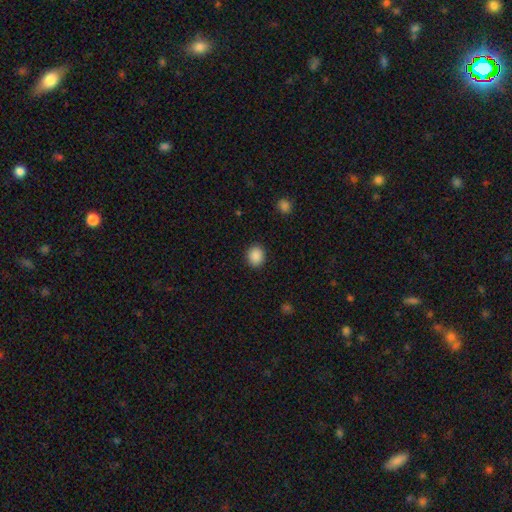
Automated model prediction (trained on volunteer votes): Smooth or featured?
  - smooth: 88% *
  - star or artifact: 9%
  - featured or disk: 3%
How rounded?
  - round: 67% *
  - in between: 32%
  - cigar-shaped: 1%
Merging?
  - none: 90% *
  - minor disturbance: 7%
  - major disturbance: 2%
  - merger: 1%